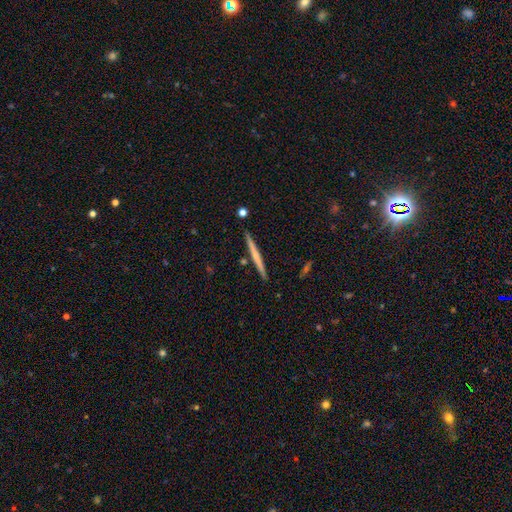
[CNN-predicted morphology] smooth 48%, featured or disk 47%, star or artifact 6%. Down the decision tree: merging — none (90%).